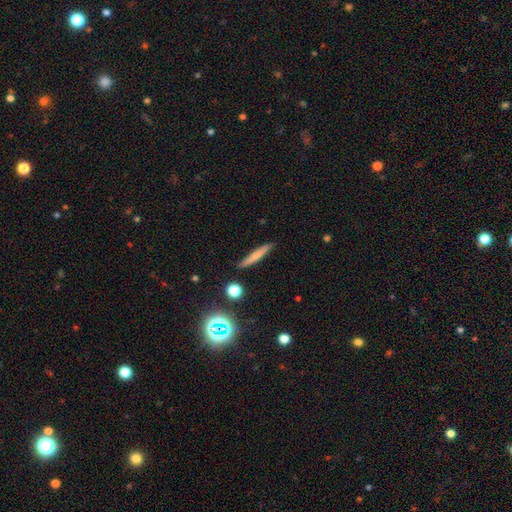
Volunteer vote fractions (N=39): This is possibly a smooth galaxy (59%). How rounded: clearly cigar-shaped (96%). Merging: clearly none (90%).